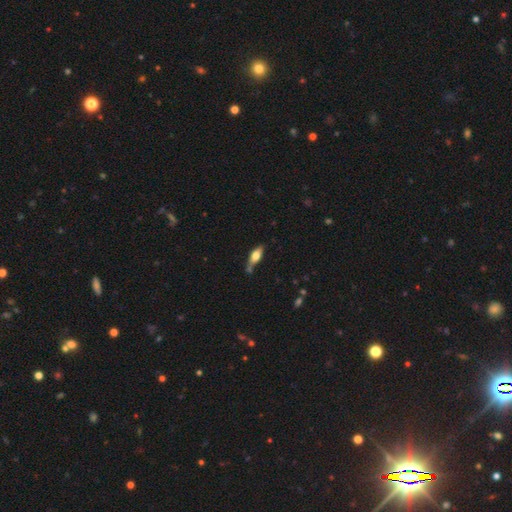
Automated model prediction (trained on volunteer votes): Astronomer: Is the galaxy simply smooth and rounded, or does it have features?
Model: smooth — 55% (runner-up: featured or disk, 38%).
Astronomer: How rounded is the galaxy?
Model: in between — 58% (runner-up: cigar-shaped, 39%).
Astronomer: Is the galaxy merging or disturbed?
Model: none — 63%.